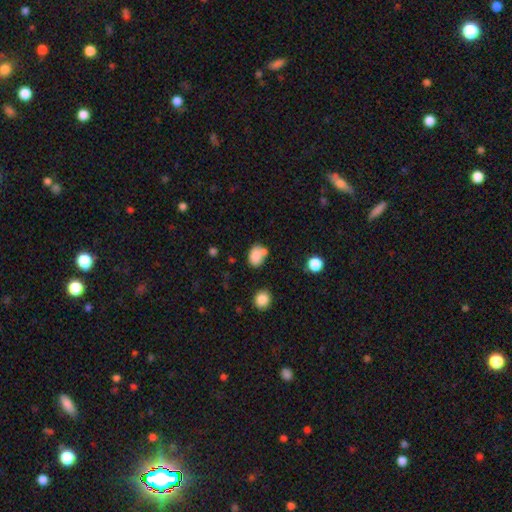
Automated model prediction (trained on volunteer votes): This appears to be a smooth galaxy with no disk features (81%) that is in between round and cigar-shaped (64%). Merging: none (47%).